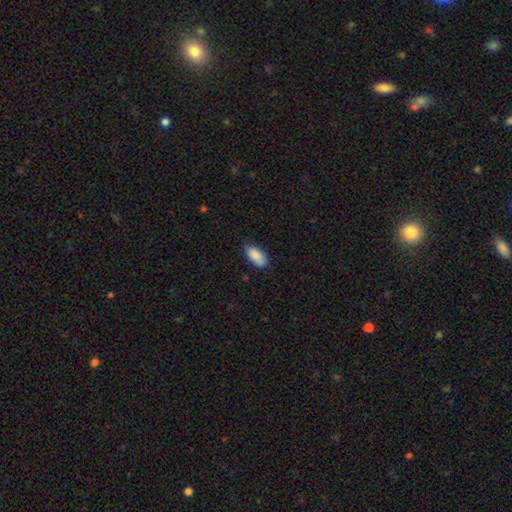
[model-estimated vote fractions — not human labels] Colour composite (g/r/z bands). It shows a smooth galaxy with no disk features (88%) that is in between round and cigar-shaped (93%). Merging: none (77%).